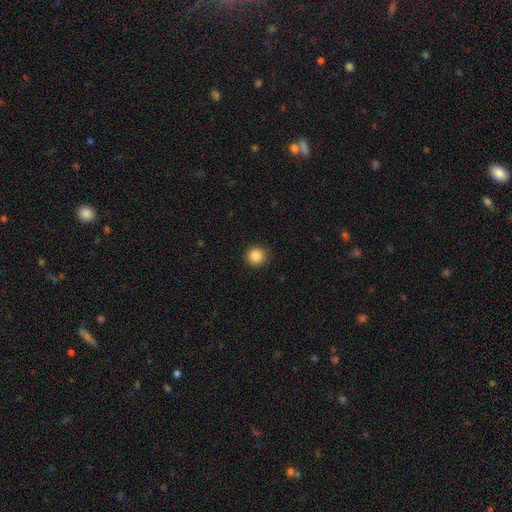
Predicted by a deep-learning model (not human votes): Overall: smooth (87%). How rounded: round (94%). Merging: none (92%).